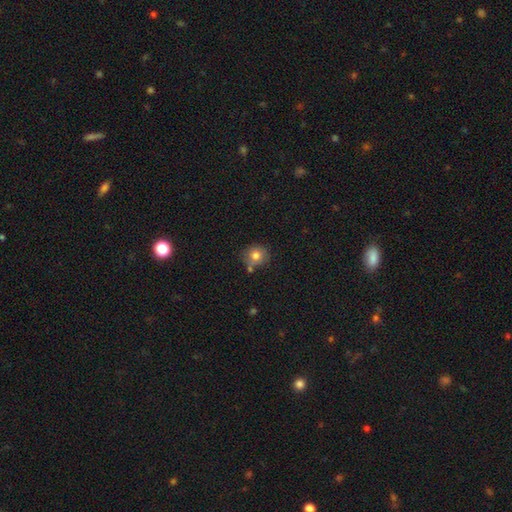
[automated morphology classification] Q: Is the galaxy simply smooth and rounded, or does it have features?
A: smooth — 79%.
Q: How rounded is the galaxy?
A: round — 86%.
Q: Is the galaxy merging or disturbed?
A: none — 68%.